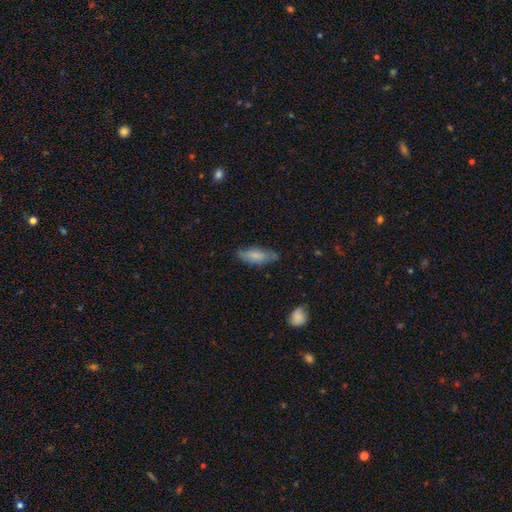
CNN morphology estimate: A smooth galaxy with no disk features (75%) that is in between round and cigar-shaped (65%).

Vote fractions:
- Smooth or featured? smooth: 75% / featured or disk: 19% / star or artifact: 6%
- How rounded? in between: 65% / cigar-shaped: 33% / round: 2%
- Merging? none: 70% / minor disturbance: 23% / major disturbance: 5% / merger: 2%